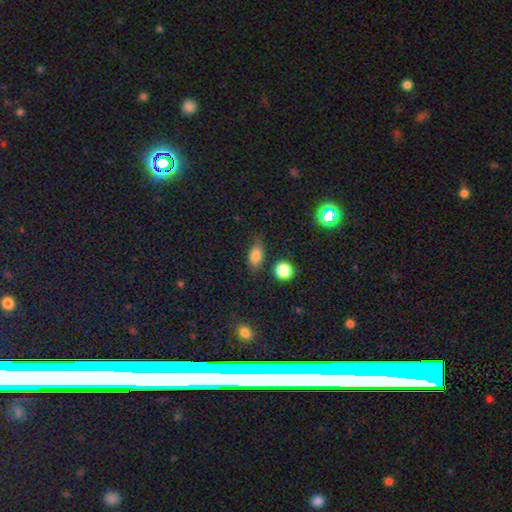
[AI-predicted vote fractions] The model was most divided on "merging": none: 76%, minor disturbance: 17%, major disturbance: 4%, merger: 3%. More confident: how rounded — in between (80%); smooth or featured — smooth (78%).